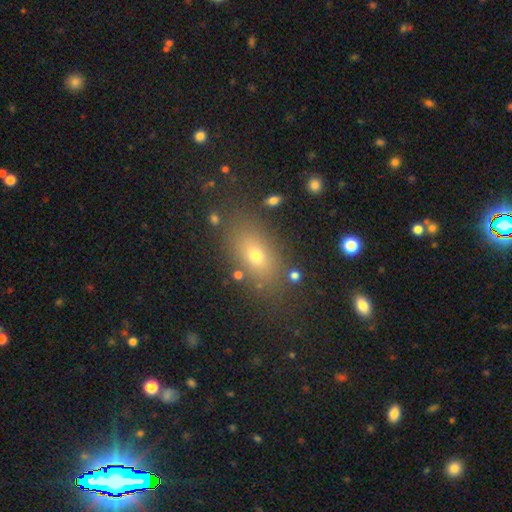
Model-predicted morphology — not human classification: Smooth or featured: smooth — 66% (star or artifact — 19%)
How rounded: in between — 75% (round — 17%)
Merging: none — 82% (minor disturbance — 11%)